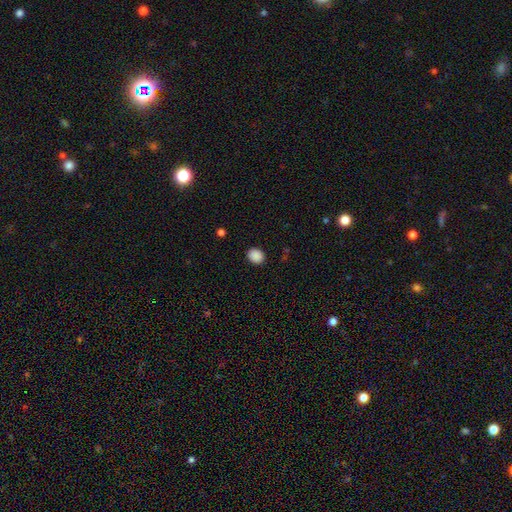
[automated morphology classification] A smooth galaxy with no disk features (88%) that is round (59%). Merging: none (90%).